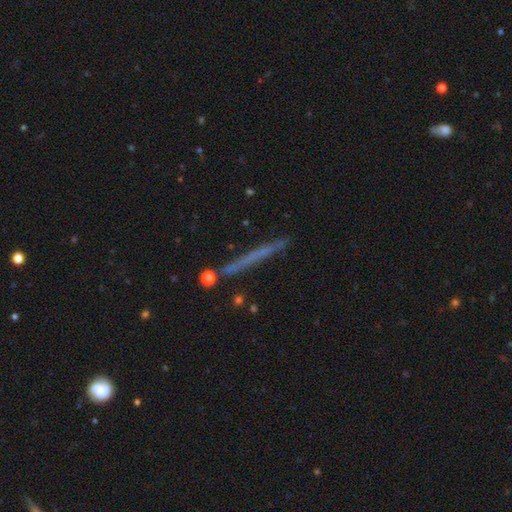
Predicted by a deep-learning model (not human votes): This appears to be a featured or disk galaxy (45%). Merging: none (84%).